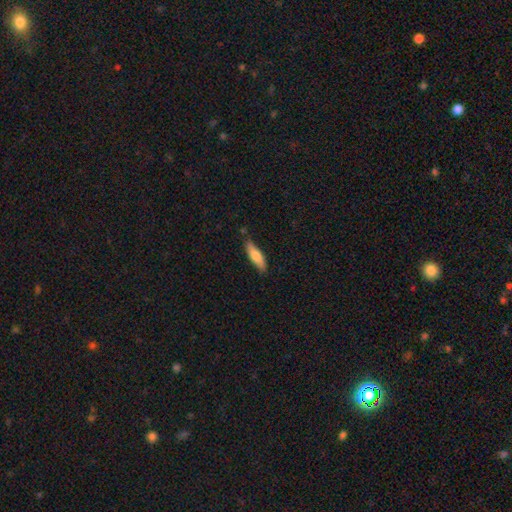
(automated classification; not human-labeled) Smooth or featured? Predicted: smooth (p=0.74). How rounded? Predicted: cigar-shaped (p=0.60). Merging? Predicted: none (p=0.82).